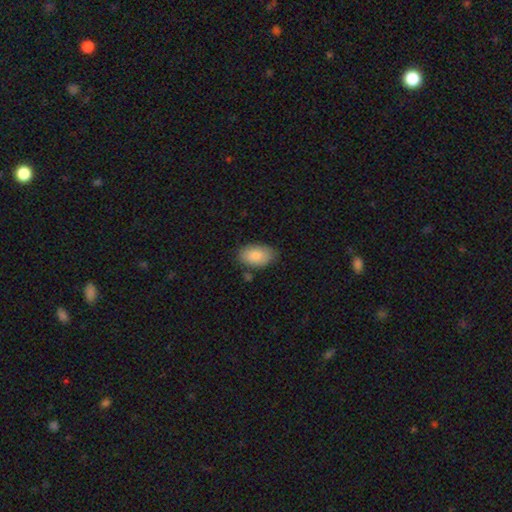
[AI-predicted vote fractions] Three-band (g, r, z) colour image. It shows a smooth galaxy with no disk features (87%) that is in between round and cigar-shaped (93%). Merging: none (78%).